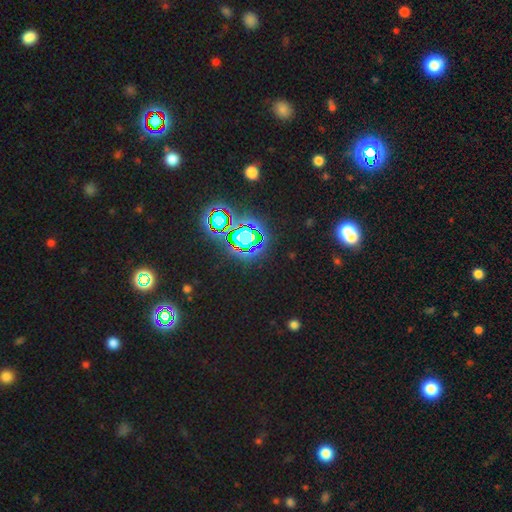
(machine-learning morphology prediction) Smooth or featured: star or artifact — 77% (smooth — 16%)